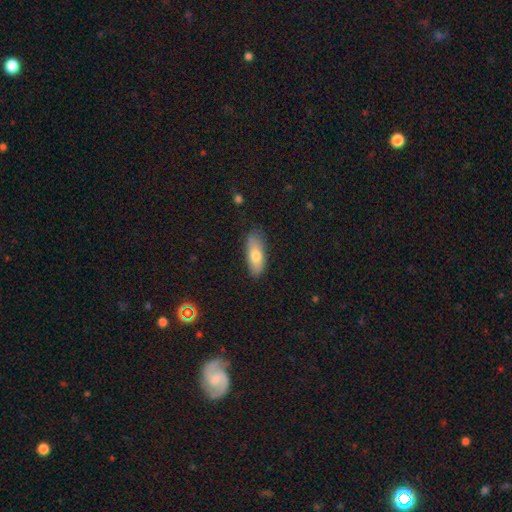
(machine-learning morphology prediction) smooth 73%, featured or disk 21%, star or artifact 7%. Down the decision tree: how rounded — in between (75%); merging — none (79%).